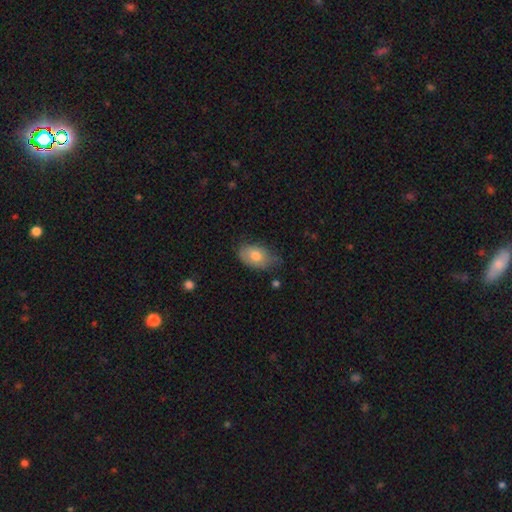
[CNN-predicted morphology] A smooth galaxy with no disk features (73%) that is in between round and cigar-shaped (89%).

Vote fractions:
- Smooth or featured? smooth: 73% / featured or disk: 20% / star or artifact: 7%
- How rounded? in between: 89% / round: 9% / cigar-shaped: 2%
- Merging? none: 54% / minor disturbance: 36% / major disturbance: 7% / merger: 2%